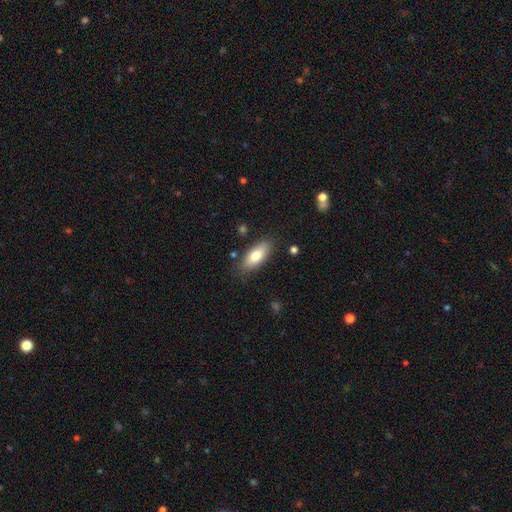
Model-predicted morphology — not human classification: smooth 76%, featured or disk 17%, star or artifact 6%. Down the decision tree: how rounded — in between (80%); merging — none (80%).